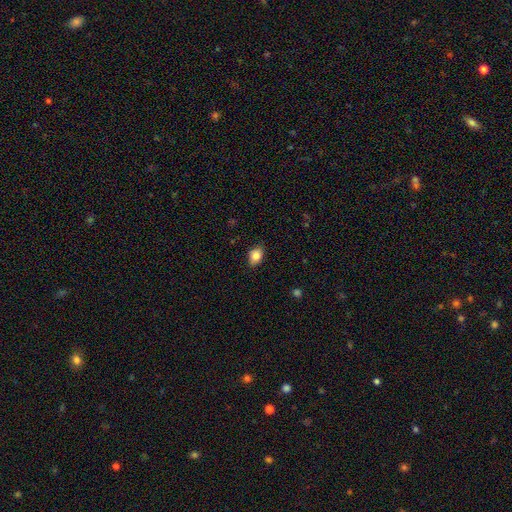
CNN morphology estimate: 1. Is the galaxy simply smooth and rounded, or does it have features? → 85% smooth, 8% star or artifact, 7% featured or disk.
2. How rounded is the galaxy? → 73% in between, 26% round, 1% cigar-shaped.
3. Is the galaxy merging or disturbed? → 83% none, 13% minor disturbance, 2% major disturbance, 1% merger.